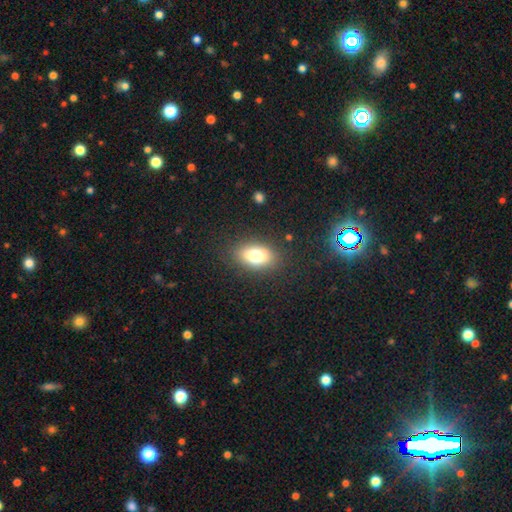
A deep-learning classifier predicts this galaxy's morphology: Smooth or featured: smooth — 75% (featured or disk — 15%)
How rounded: in between — 85% (round — 13%)
Merging: none — 85% (minor disturbance — 10%)